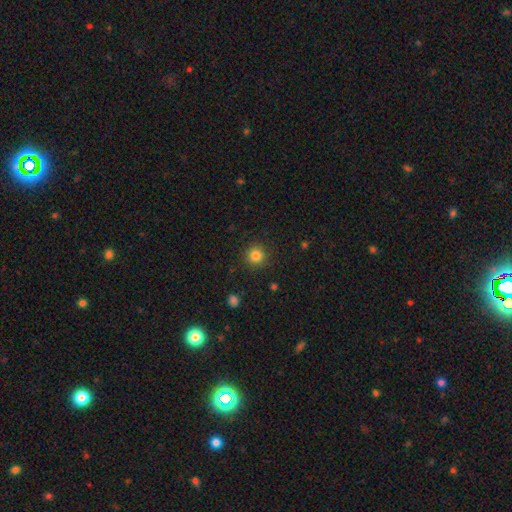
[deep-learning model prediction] smooth_or_featured: smooth (p=0.83) [alt: star or artifact p=0.12]
how_rounded: round (p=0.94) [alt: in between p=0.05]
merging: none (p=0.90) [alt: minor disturbance p=0.06]